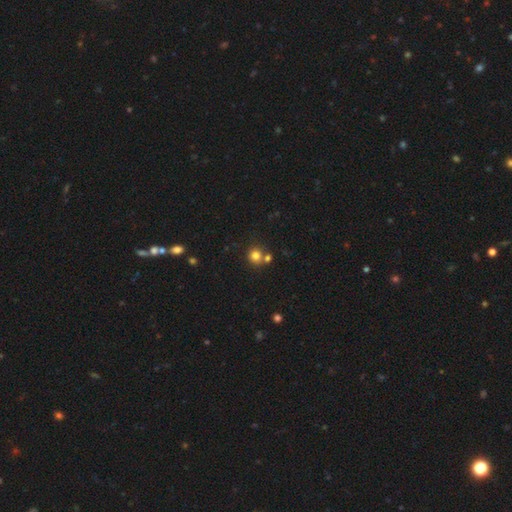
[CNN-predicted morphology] Q: Smooth or featured?
A: smooth (80%); runner-up: star or artifact (13%)
Q: How rounded?
A: round (90%); runner-up: in between (9%)
Q: Merging?
A: none (65%); runner-up: merger (24%)